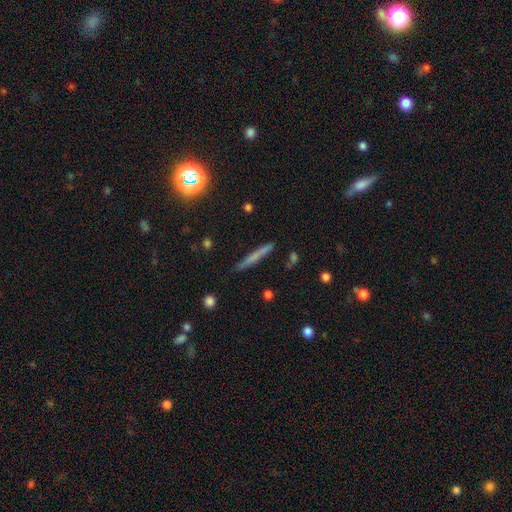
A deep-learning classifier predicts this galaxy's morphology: Overall: smooth (58%; featured or disk 30%). How rounded: cigar-shaped (94%). Merging: none (86%).